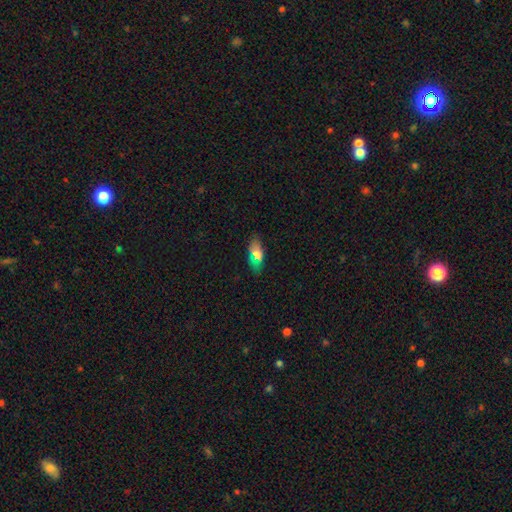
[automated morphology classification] The model was most divided on "smooth or featured": smooth: 69%, featured or disk: 17%, star or artifact: 14%. More confident: merging — none (84%); how rounded — in between (81%).